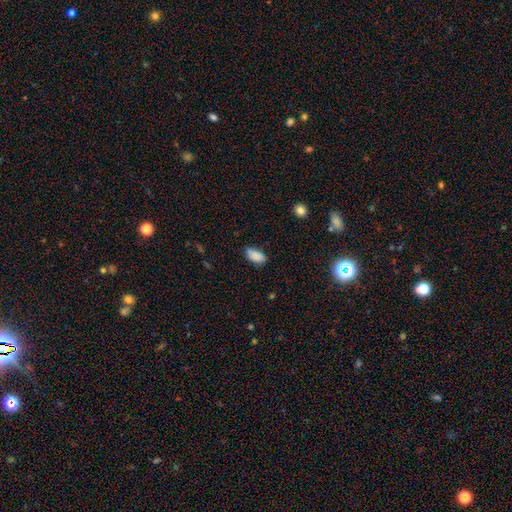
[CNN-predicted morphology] A smooth galaxy with no disk features (87%) that is in between round and cigar-shaped (92%).

Vote fractions:
- Smooth or featured? smooth: 87% / star or artifact: 8% / featured or disk: 5%
- How rounded? in between: 92% / cigar-shaped: 5% / round: 3%
- Merging? none: 70% / minor disturbance: 24% / major disturbance: 4% / merger: 2%